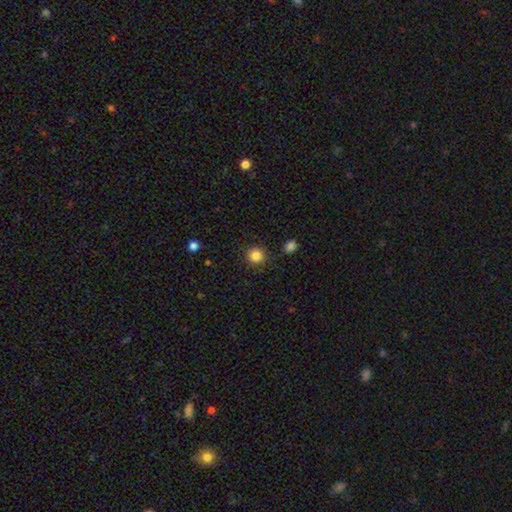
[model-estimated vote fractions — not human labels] Smooth or featured? smooth (84%)
How rounded? round (94%)
Merging? none (89%)